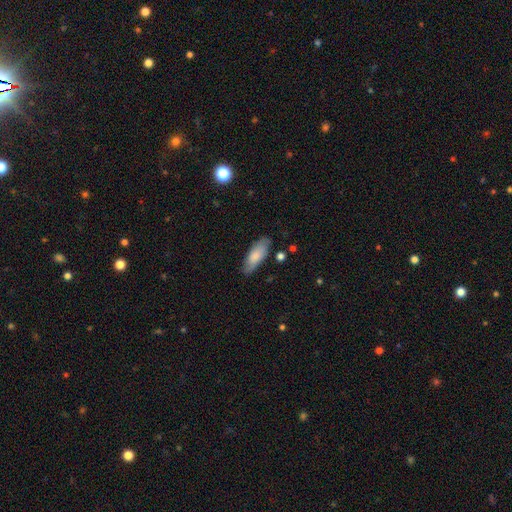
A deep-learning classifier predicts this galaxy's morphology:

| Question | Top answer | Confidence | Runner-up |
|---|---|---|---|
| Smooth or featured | smooth | 79% | featured or disk (15%) |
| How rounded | in between | 72% | cigar-shaped (26%) |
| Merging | none | 76% | minor disturbance (18%) |